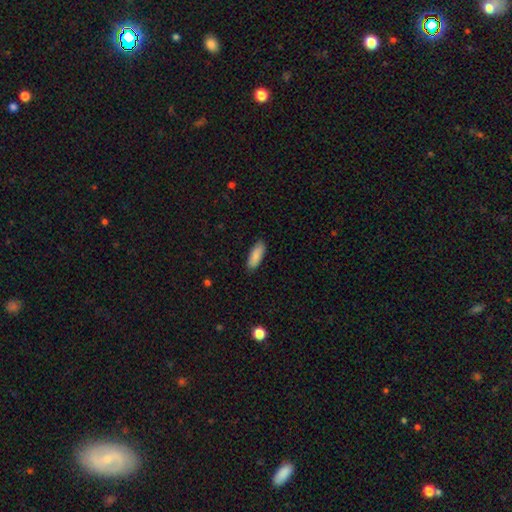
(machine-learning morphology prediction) The model was most divided on "how rounded": in between: 66%, cigar-shaped: 32%, round: 2%. More confident: smooth or featured — smooth (88%); merging — none (88%).